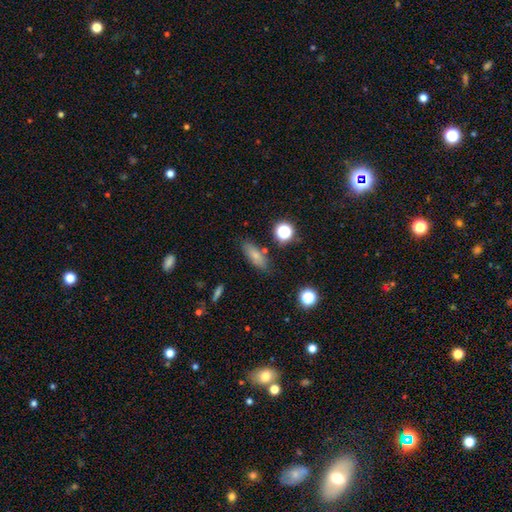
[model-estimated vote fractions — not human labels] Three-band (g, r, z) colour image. It shows a smooth galaxy with no disk features (75%) that is in between round and cigar-shaped (64%). Merging: none (79%).